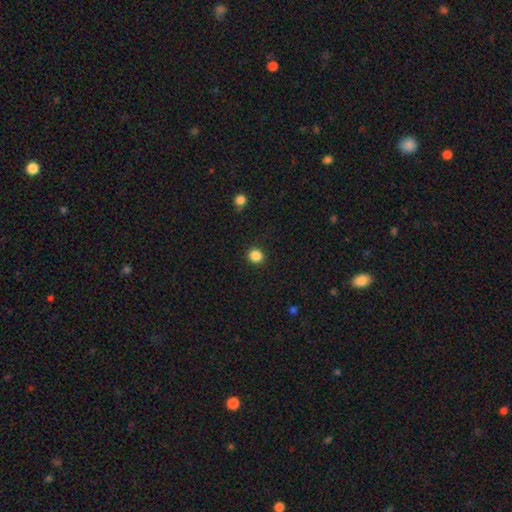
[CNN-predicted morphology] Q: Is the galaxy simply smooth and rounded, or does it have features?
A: smooth — 86%.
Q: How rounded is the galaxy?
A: round — 86%.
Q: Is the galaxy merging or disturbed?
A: none — 92%.